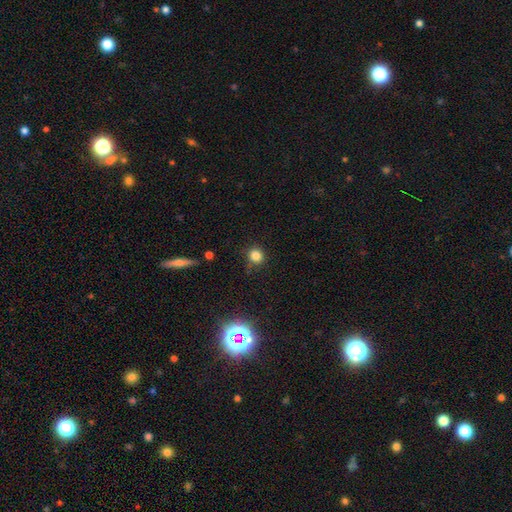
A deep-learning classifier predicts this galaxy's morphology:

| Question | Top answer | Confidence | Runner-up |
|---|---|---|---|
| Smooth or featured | smooth | 81% | star or artifact (14%) |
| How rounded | round | 83% | in between (16%) |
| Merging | none | 81% | minor disturbance (13%) |